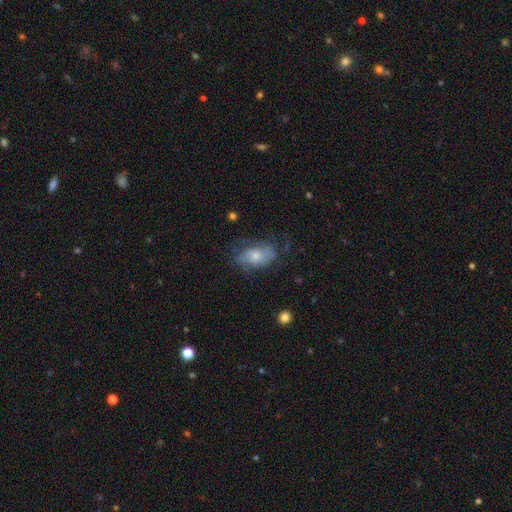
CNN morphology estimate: A smooth galaxy with no disk features (47%). Merging: none (57%).